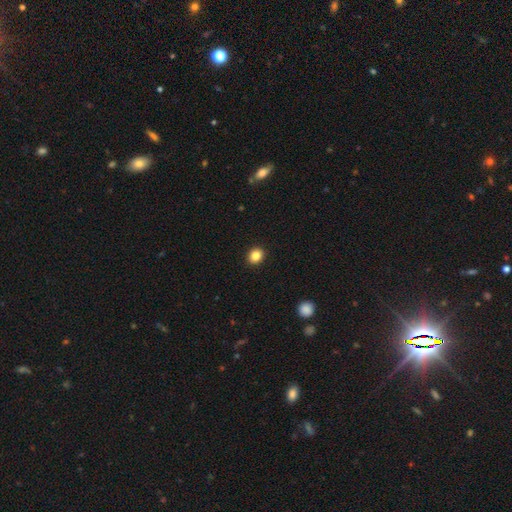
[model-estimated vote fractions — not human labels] Smooth or featured?
  - smooth: 85% *
  - star or artifact: 10%
  - featured or disk: 5%
How rounded?
  - round: 67% *
  - in between: 32%
  - cigar-shaped: 1%
Merging?
  - none: 92% *
  - minor disturbance: 5%
  - major disturbance: 2%
  - merger: 1%